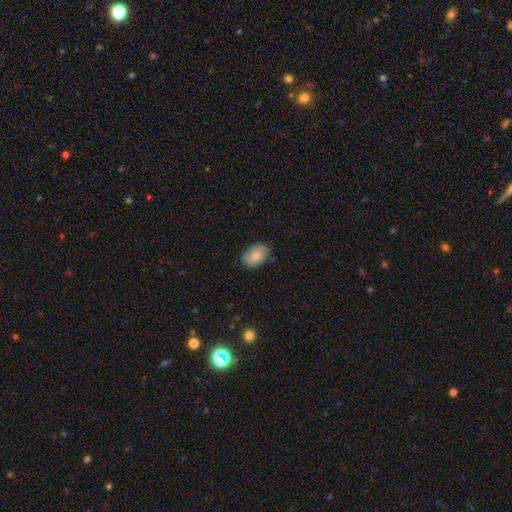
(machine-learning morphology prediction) smooth-or-featured: smooth: 74% | featured or disk: 19% | star or artifact: 7%
  how-rounded: in between: 84% | round: 15% | cigar-shaped: 1%
  merging: none: 77% | minor disturbance: 19% | major disturbance: 4% | merger: 1%